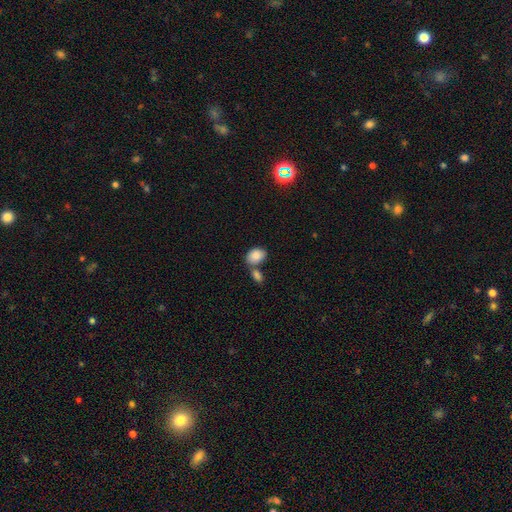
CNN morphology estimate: Q: Smooth or featured?
A: smooth (86%); runner-up: star or artifact (7%)
Q: How rounded?
A: in between (80%); runner-up: round (19%)
Q: Merging?
A: none (49%); runner-up: merger (35%)